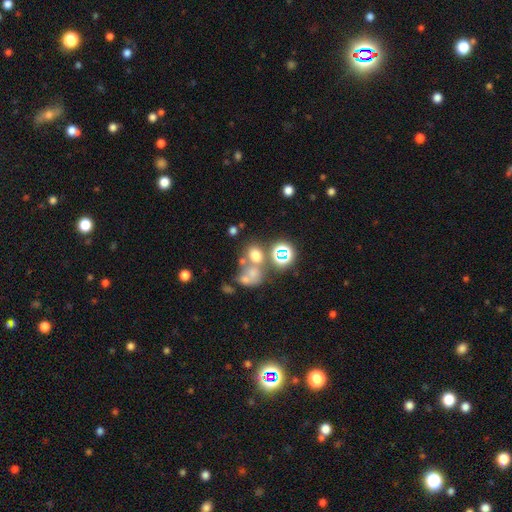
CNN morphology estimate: Q: Smooth or featured?
A: smooth (59%); runner-up: star or artifact (26%)
Q: How rounded?
A: round (61%); runner-up: in between (37%)
Q: Merging?
A: none (43%); runner-up: merger (40%)